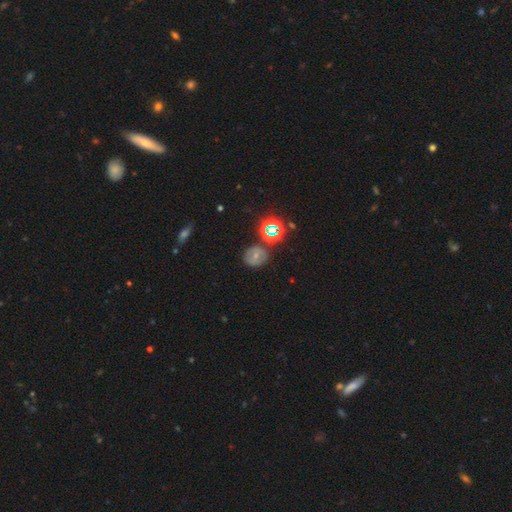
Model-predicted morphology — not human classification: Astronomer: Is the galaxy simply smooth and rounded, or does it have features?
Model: smooth — 47% (runner-up: featured or disk, 30%).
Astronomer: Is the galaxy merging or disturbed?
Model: none — 75%.